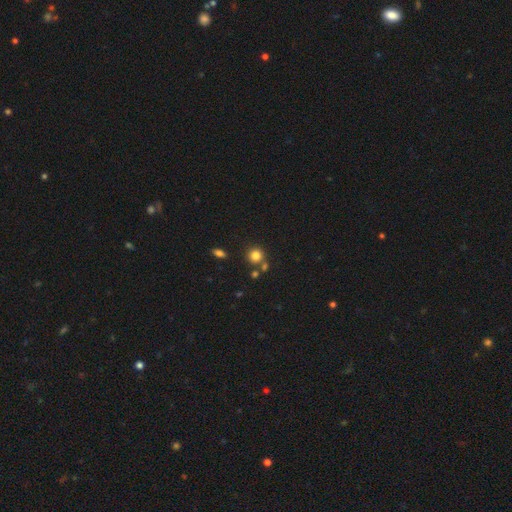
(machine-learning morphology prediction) The model was most divided on "merging": none: 72%, merger: 16%, minor disturbance: 9%, major disturbance: 3%. More confident: how rounded — round (89%); smooth or featured — smooth (81%).